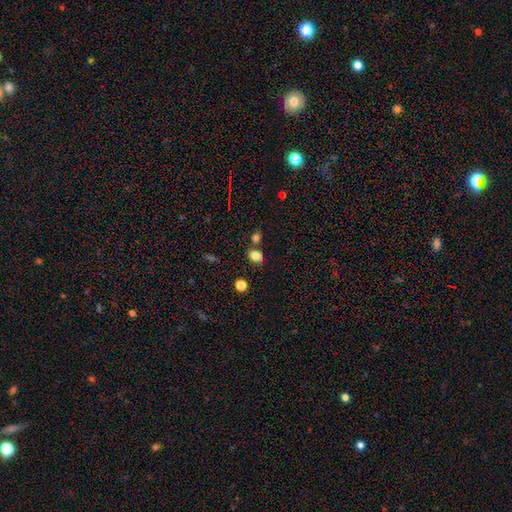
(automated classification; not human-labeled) This is clearly a smooth galaxy (82%). How rounded: possibly in between (59%). Merging: likely none (70%).